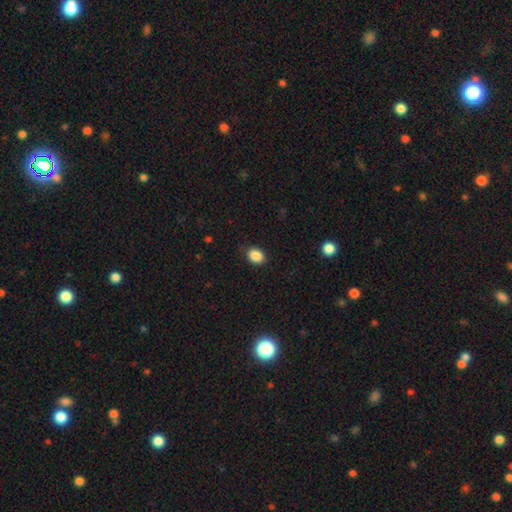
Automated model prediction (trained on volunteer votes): This is clearly a smooth galaxy (88%). How rounded: likely in between (70%). Merging: clearly none (84%).